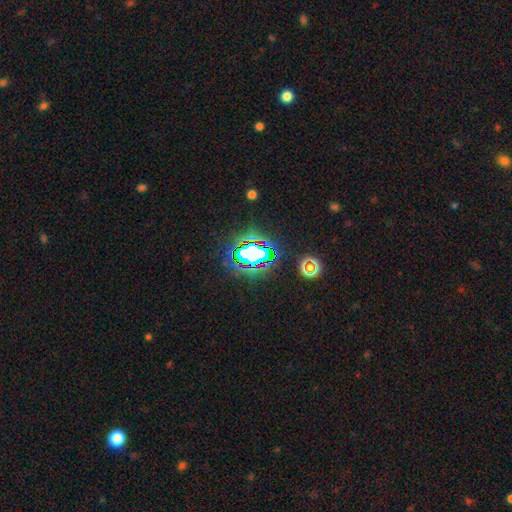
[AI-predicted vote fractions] smooth-or-featured: star or artifact: 79% | smooth: 13% | featured or disk: 8%